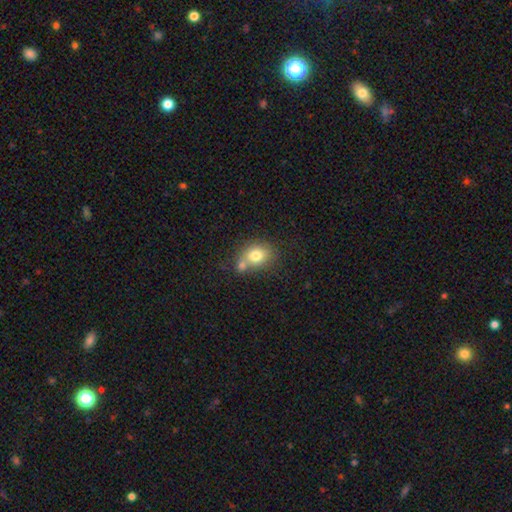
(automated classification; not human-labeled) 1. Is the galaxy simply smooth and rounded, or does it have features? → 76% smooth, 15% featured or disk, 10% star or artifact.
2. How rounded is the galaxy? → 52% in between, 47% round, 1% cigar-shaped.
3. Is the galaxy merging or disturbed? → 42% none, 39% merger, 14% minor disturbance, 5% major disturbance.